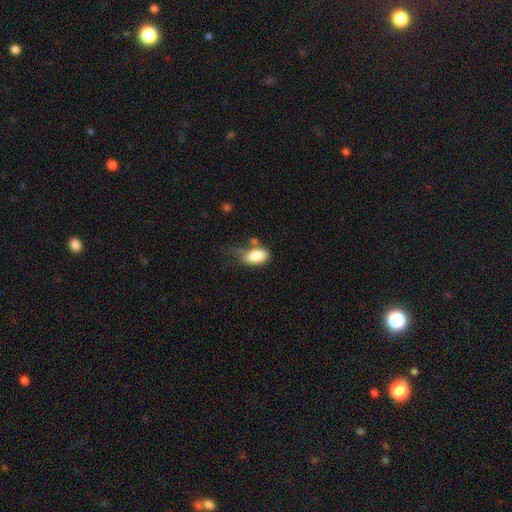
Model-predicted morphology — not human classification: smooth_or_featured: smooth (p=0.82) [alt: featured or disk p=0.10]
how_rounded: in between (p=0.92) [alt: round p=0.05]
merging: none (p=0.35) [alt: minor disturbance p=0.31]